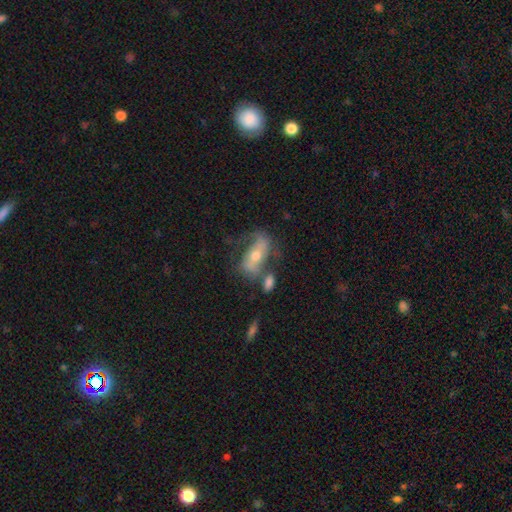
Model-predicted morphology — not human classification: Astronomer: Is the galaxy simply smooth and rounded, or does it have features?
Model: featured or disk — 61%.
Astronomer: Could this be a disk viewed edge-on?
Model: no — 84%.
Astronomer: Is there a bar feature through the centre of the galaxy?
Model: no — 41% (runner-up: strong, 32%).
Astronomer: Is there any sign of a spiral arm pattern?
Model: yes — 63%.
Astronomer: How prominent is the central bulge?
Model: moderate — 61%.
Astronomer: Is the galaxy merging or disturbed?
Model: none — 45%.